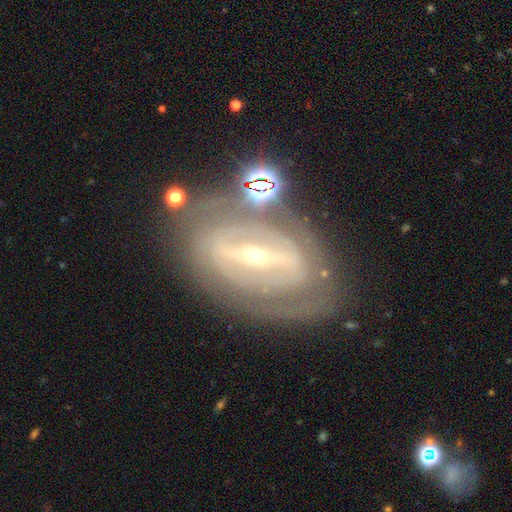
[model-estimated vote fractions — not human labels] featured or disk 85%, smooth 9%, star or artifact 6%. Down the decision tree: edge-on disk — no (91%); bar — strong (69%); spiral arms — yes (73%); spiral arm count — 2 (43%); spiral winding — tight (64%); bulge size — small (69%); merging — none (71%).